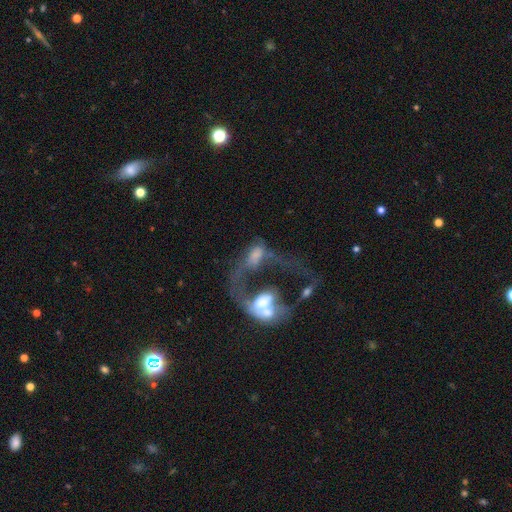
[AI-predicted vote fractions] Smooth or featured? featured or disk (49%)
Merging? merger (60%)